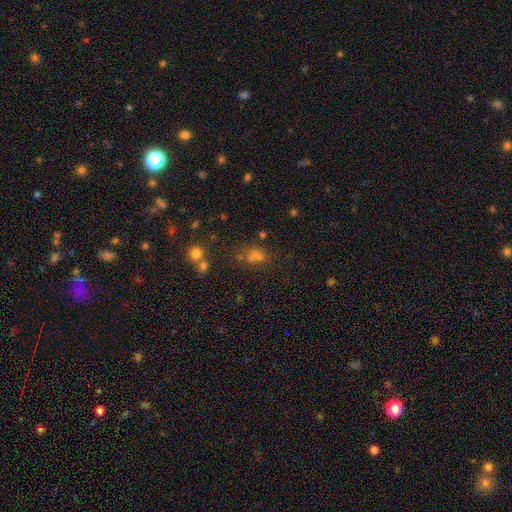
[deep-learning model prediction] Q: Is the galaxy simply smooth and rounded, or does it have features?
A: smooth — 55%.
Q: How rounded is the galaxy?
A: in between — 57%.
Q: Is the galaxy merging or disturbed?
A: none — 53%.